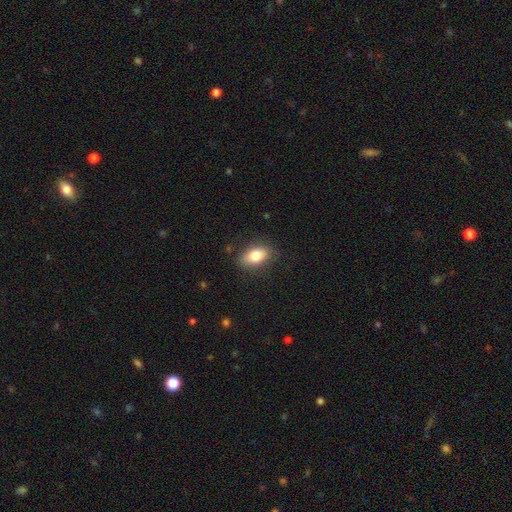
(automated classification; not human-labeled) This is clearly a smooth galaxy (80%). How rounded: clearly in between (88%). Merging: clearly none (83%).